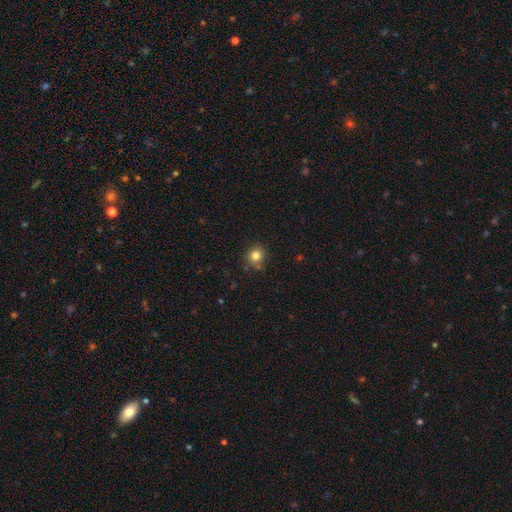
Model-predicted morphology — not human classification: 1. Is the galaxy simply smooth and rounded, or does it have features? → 81% smooth, 13% star or artifact, 6% featured or disk.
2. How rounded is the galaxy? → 88% round, 11% in between, 1% cigar-shaped.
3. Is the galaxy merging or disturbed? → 80% none, 13% minor disturbance, 4% merger, 3% major disturbance.